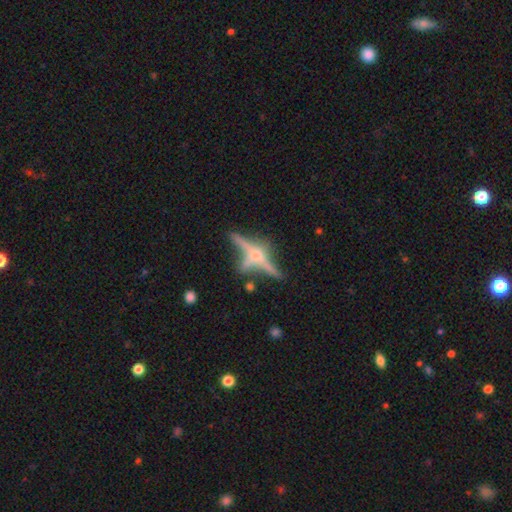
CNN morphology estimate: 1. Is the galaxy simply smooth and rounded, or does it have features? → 66% featured or disk, 22% smooth, 12% star or artifact.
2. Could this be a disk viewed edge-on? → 89% yes, 11% no.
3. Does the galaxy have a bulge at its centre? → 78% rounded, 15% none, 7% boxy.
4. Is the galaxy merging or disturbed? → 64% none, 16% merger, 13% minor disturbance, 7% major disturbance.